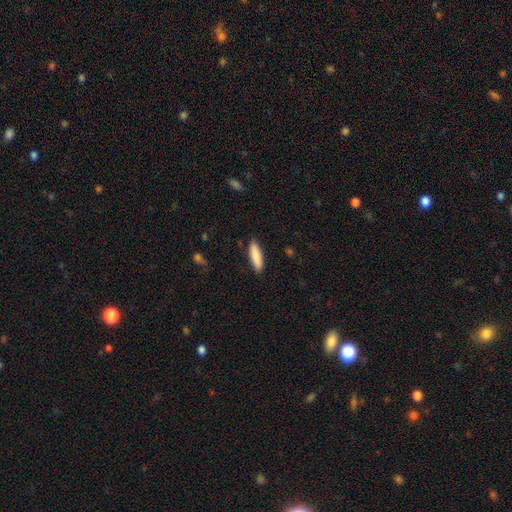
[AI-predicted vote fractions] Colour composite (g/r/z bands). It shows a smooth galaxy with no disk features (86%) that is cigar-shaped (62%). Merging: none (88%).